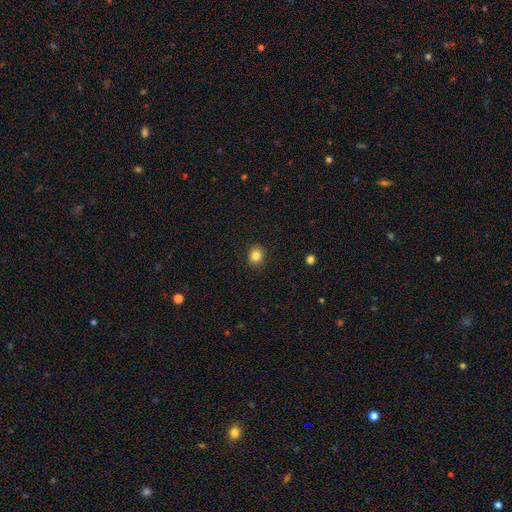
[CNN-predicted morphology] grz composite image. It shows a smooth galaxy with no disk features (84%) that is round (76%). Merging: none (91%).